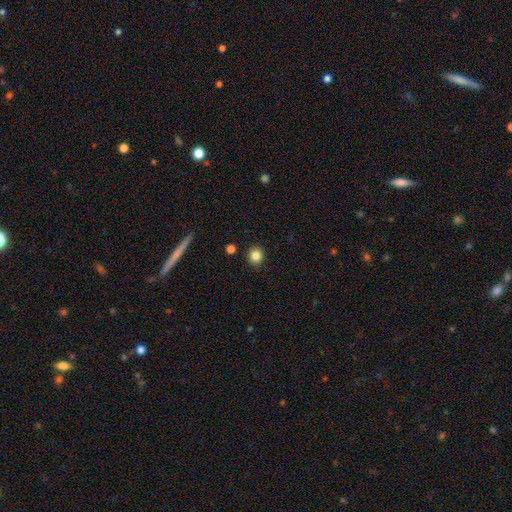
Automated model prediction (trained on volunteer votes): Smooth or featured: smooth — 84% (star or artifact — 11%)
How rounded: round — 88% (in between — 11%)
Merging: none — 90% (minor disturbance — 6%)